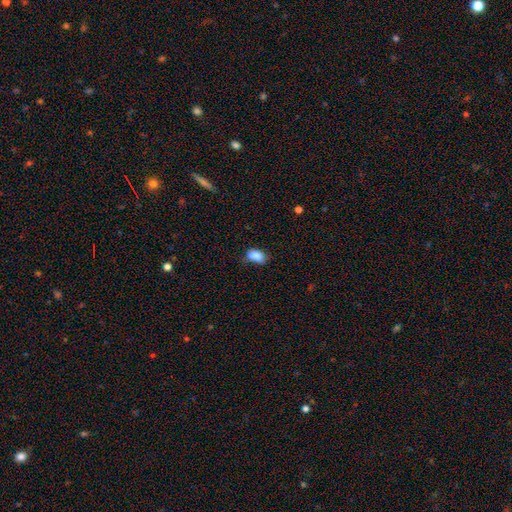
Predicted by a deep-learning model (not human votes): Smooth or featured? smooth (87%)
How rounded? in between (89%)
Merging? none (59%)